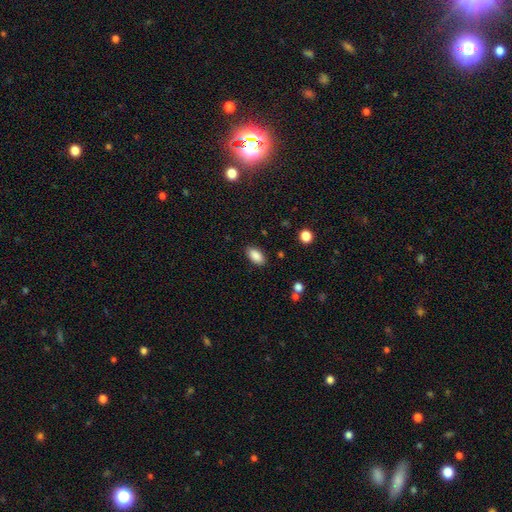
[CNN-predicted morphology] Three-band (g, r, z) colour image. It shows a smooth galaxy with no disk features (87%) that is in between round and cigar-shaped (92%). Merging: none (87%).